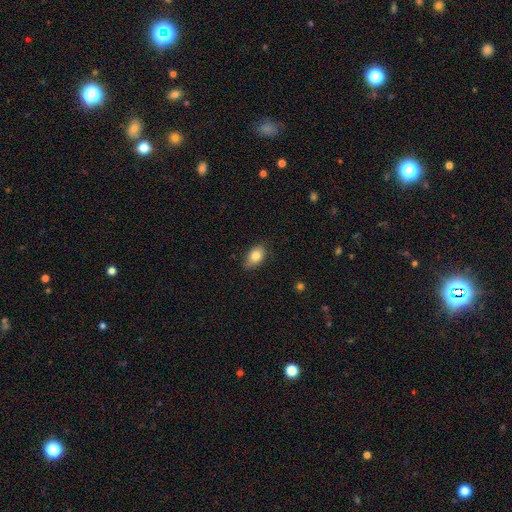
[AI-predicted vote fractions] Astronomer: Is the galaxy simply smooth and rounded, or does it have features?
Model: smooth — 82%.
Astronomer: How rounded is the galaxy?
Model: in between — 87%.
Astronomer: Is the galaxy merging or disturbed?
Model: none — 77%.